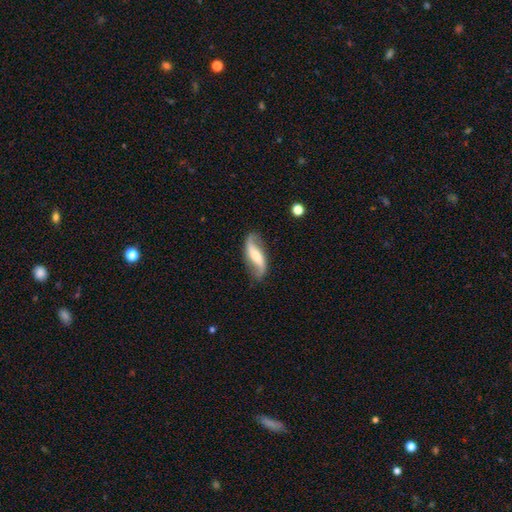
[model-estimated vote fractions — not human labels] smooth_or_featured: featured or disk (p=0.79) [alt: smooth p=0.16]
disk_edge_on: no (p=0.89) [alt: yes p=0.11]
bar: strong (p=0.40) [alt: weak p=0.32]
has_spiral_arms: yes (p=0.93) [alt: no p=0.07]
spiral_winding: loose (p=0.83) [alt: medium p=0.12]
spiral_arm_count: 2 (p=0.92) [alt: 1 p=0.03]
bulge_size: moderate (p=0.48) [alt: small p=0.37]
merging: none (p=0.77) [alt: minor disturbance p=0.16]